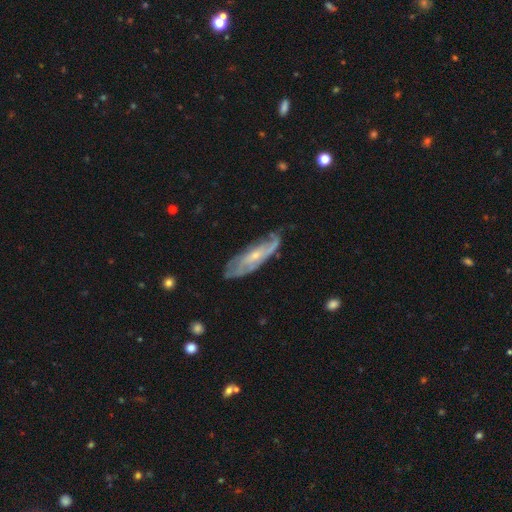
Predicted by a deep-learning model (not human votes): A featured or disk galaxy (75%) with no bar (63%), tight (47%) spiral arms (87%) and a small central bulge (68%). Merging: none (65%).